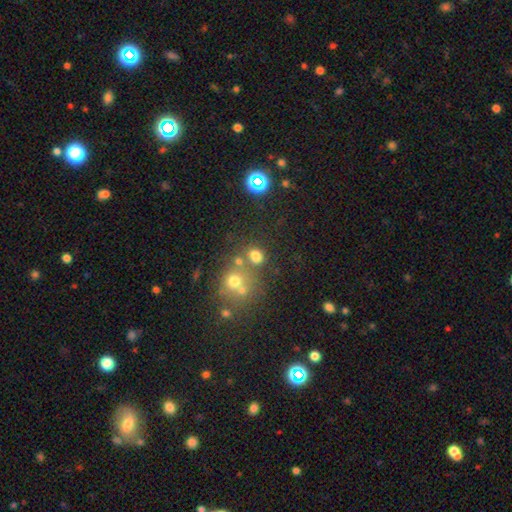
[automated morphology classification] Smooth or featured? Predicted: smooth (p=0.70). How rounded? Predicted: round (p=0.64). Merging? Predicted: none (p=0.60).